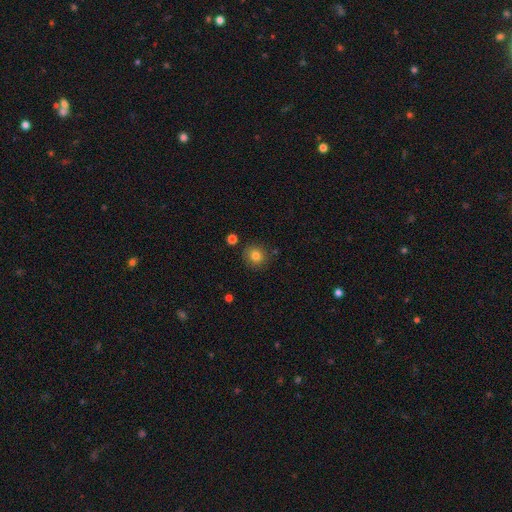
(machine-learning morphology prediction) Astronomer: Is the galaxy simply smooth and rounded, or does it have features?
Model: smooth — 80%.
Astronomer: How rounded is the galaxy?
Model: round — 90%.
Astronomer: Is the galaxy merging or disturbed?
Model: none — 85%.